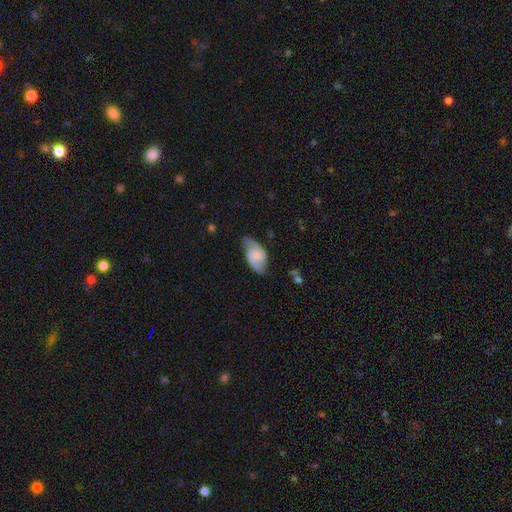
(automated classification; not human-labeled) smooth_or_featured: featured or disk (p=0.67) [alt: smooth p=0.26]
disk_edge_on: no (p=0.96) [alt: yes p=0.04]
bar: weak (p=0.48) [alt: no p=0.36]
has_spiral_arms: yes (p=0.91) [alt: no p=0.09]
spiral_winding: loose (p=0.43) [alt: medium p=0.42]
spiral_arm_count: 2 (p=0.87) [alt: can't tell p=0.06]
bulge_size: none (p=0.37) [alt: small p=0.35]
merging: none (p=0.63) [alt: minor disturbance p=0.25]